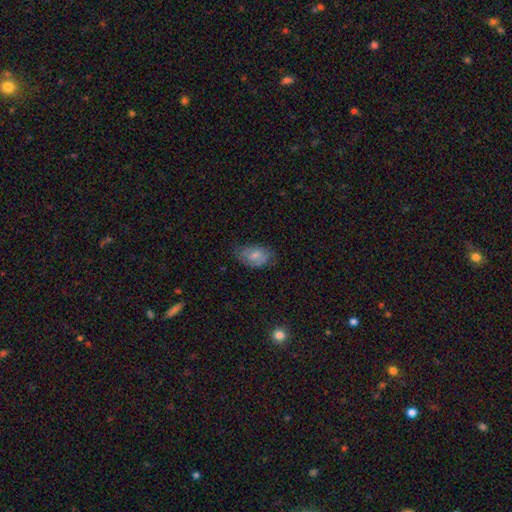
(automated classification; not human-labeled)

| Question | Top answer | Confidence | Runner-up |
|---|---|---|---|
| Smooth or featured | smooth | 56% | featured or disk (36%) |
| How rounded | in between | 89% | round (9%) |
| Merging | none | 65% | minor disturbance (26%) |